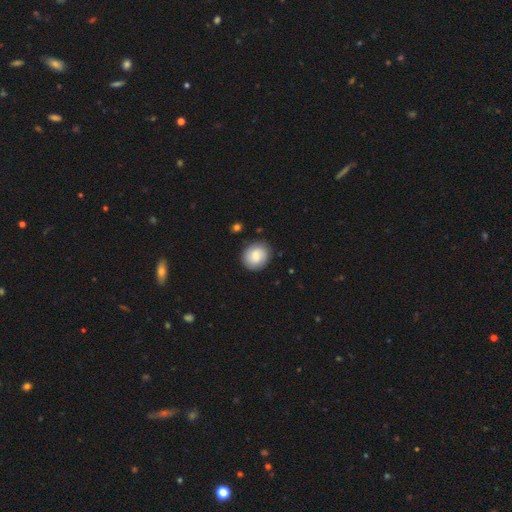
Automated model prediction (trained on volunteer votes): Morphology: type=smooth (72%); roundness=round (73%); merging=none (85%).